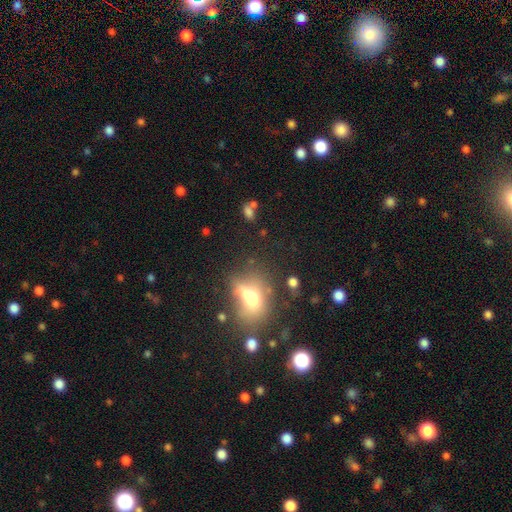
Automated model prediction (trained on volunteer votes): This is possibly a smooth galaxy (51%). How rounded: likely in between (64%). Merging: likely none (75%).